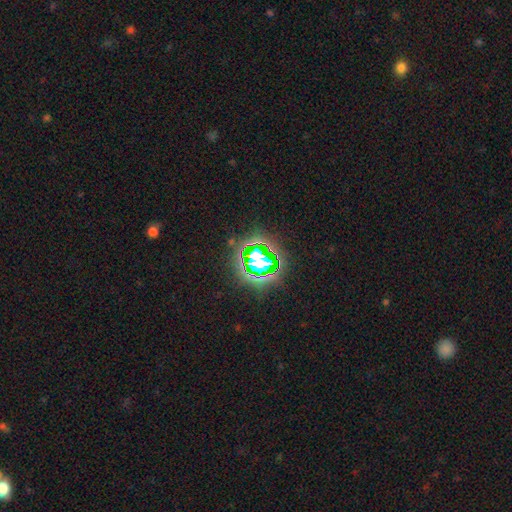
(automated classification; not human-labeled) This appears to be a star or artifact, not a galaxy (68%).